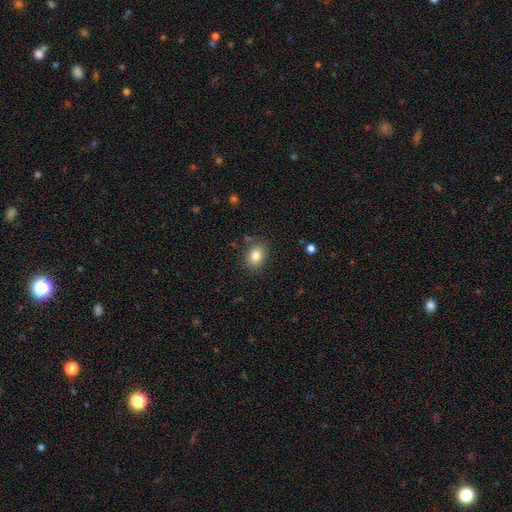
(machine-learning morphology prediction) Smooth or featured: smooth — 83% (star or artifact — 10%)
How rounded: in between — 61% (round — 38%)
Merging: none — 84% (minor disturbance — 11%)